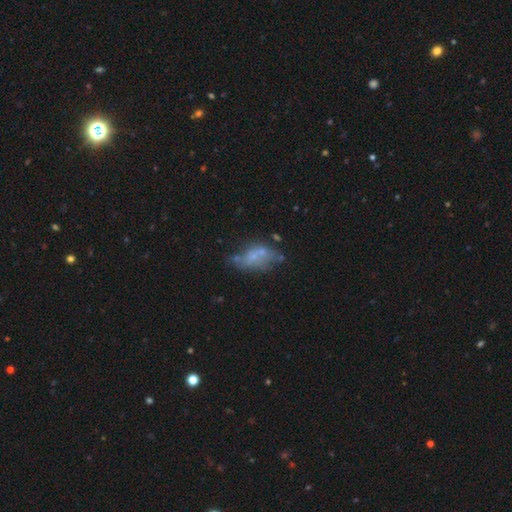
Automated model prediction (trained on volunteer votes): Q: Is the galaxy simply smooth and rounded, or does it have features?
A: featured or disk — 43%.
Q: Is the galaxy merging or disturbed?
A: none — 35%.